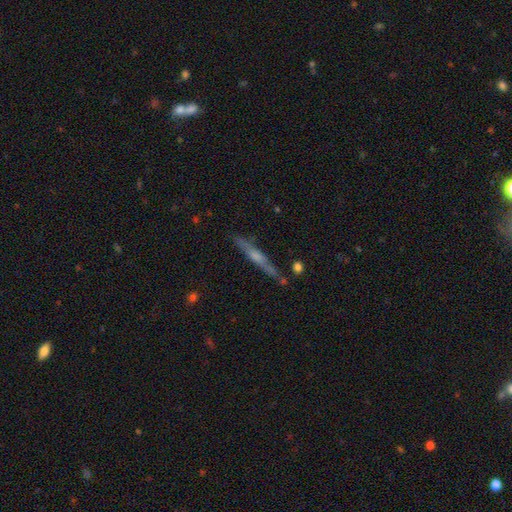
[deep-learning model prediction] The model was most divided on "edge-on bulge": rounded: 61%, none: 24%, boxy: 15%. More confident: edge-on disk — yes (95%); merging — none (84%); smooth or featured — featured or disk (68%).